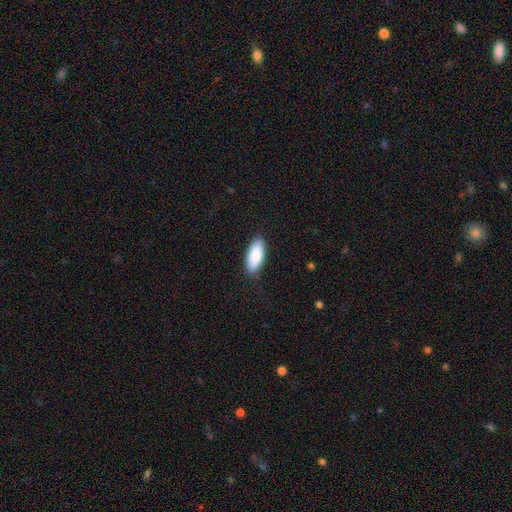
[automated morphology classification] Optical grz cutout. It shows a smooth galaxy with no disk features (86%) that is in between round and cigar-shaped (86%). Merging: none (86%).